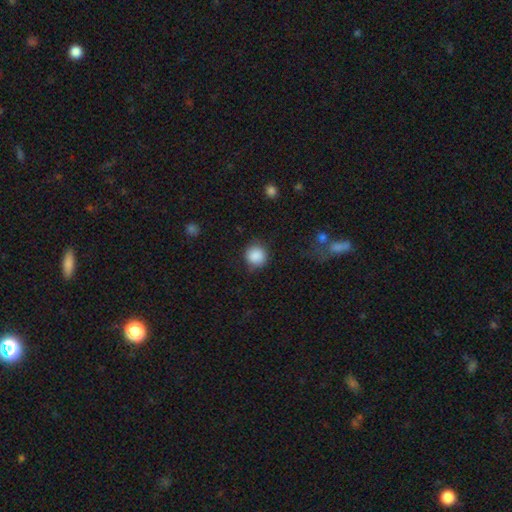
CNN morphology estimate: smooth-or-featured: smooth: 88% | star or artifact: 8% | featured or disk: 4%
  how-rounded: round: 92% | in between: 7% | cigar-shaped: 1%
  merging: none: 81% | minor disturbance: 12% | major disturbance: 5% | merger: 2%